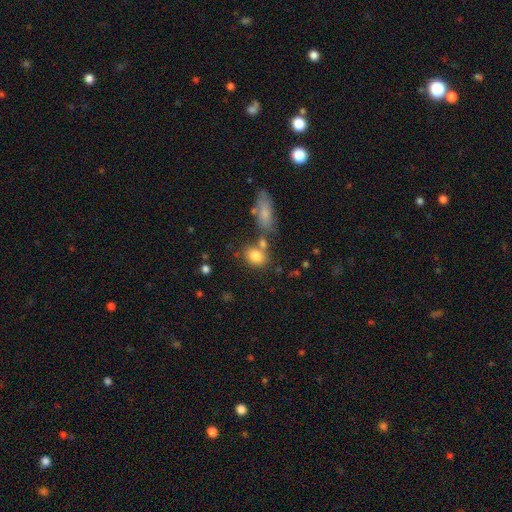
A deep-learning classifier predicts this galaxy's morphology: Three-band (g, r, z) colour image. It shows a smooth galaxy with no disk features (82%) that is in between round and cigar-shaped (65%). Merging: none (55%).